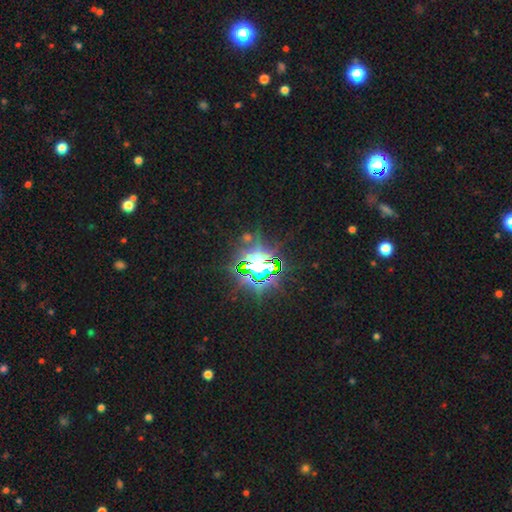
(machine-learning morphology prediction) A star or artifact, not a galaxy (85%).